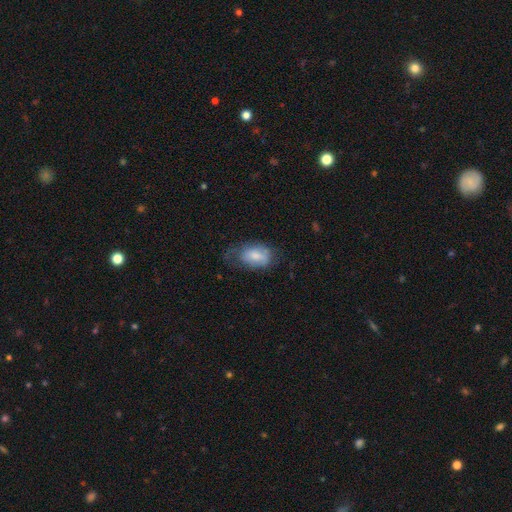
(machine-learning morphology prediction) smooth 68%, featured or disk 25%, star or artifact 7%. Down the decision tree: how rounded — in between (89%); merging — none (38%).